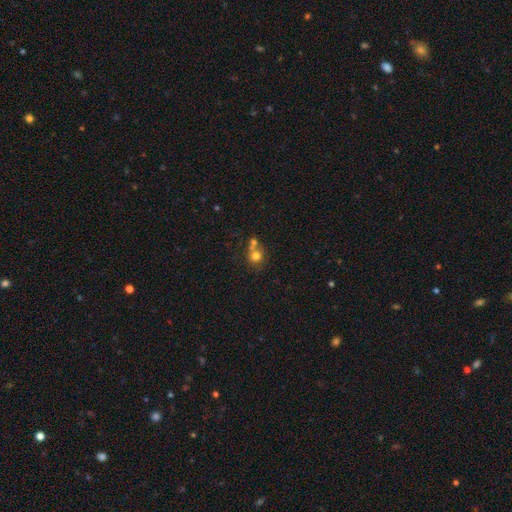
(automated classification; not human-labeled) Smooth or featured: smooth — 73% (featured or disk — 14%)
How rounded: round — 82% (in between — 17%)
Merging: merger — 45% (none — 41%)